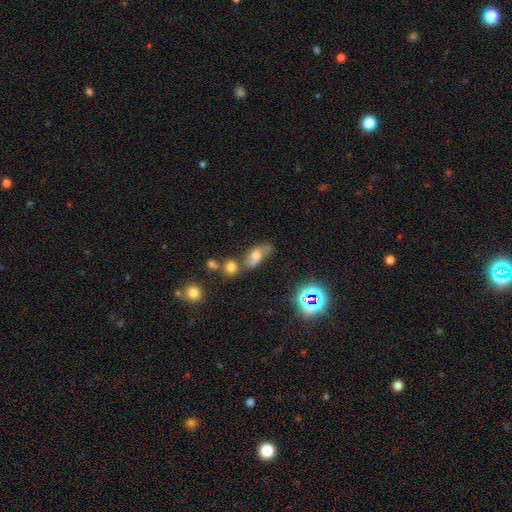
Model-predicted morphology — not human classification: Smooth or featured? featured or disk (44%)
Merging? none (44%)